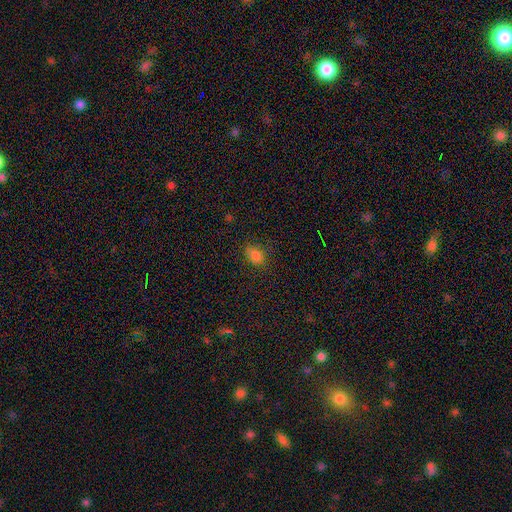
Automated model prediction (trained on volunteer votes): Smooth or featured?
  - smooth: 80% *
  - star or artifact: 15%
  - featured or disk: 5%
How rounded?
  - in between: 67% *
  - round: 31%
  - cigar-shaped: 2%
Merging?
  - none: 76% *
  - minor disturbance: 18%
  - major disturbance: 5%
  - merger: 1%